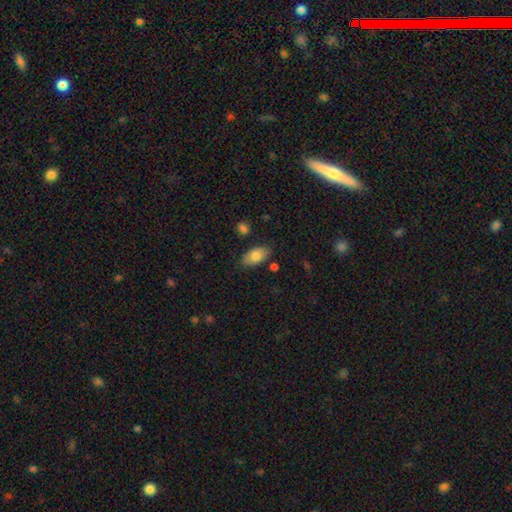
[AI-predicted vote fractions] Smooth or featured? Predicted: smooth (p=0.80). How rounded? Predicted: in between (p=0.93). Merging? Predicted: none (p=0.79).